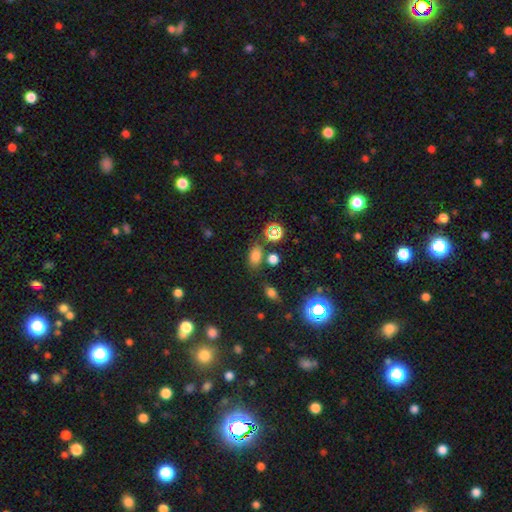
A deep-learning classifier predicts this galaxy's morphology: The model was most divided on "smooth or featured": smooth: 72%, star or artifact: 20%, featured or disk: 8%. More confident: how rounded — in between (81%); merging — none (69%).